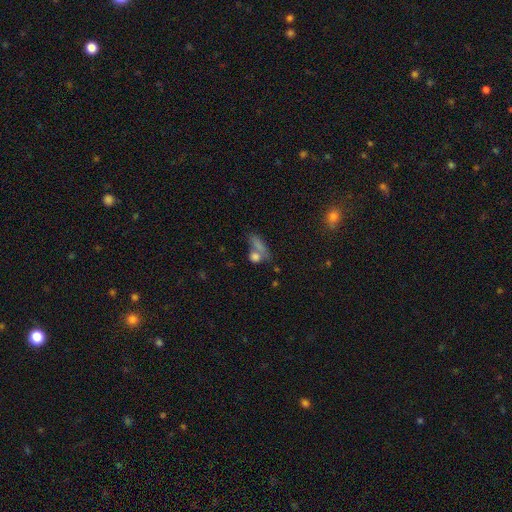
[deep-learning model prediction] Smooth or featured: smooth — 75% (star or artifact — 13%)
How rounded: in between — 52% (round — 33%)
Merging: none — 41% (merger — 38%)